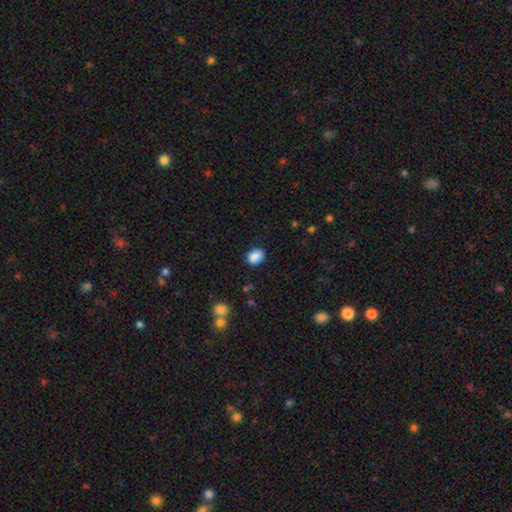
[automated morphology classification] This appears to be a smooth galaxy with no disk features (87%) that is in between round and cigar-shaped (68%). Merging: none (79%).